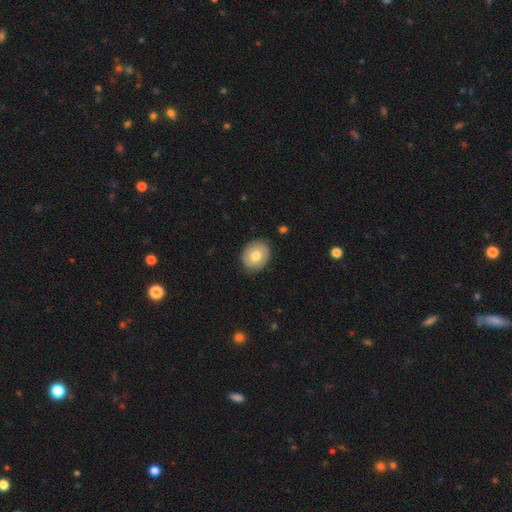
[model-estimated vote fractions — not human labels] Morphology: type=smooth (68%); roundness=round (58%); merging=none (85%).